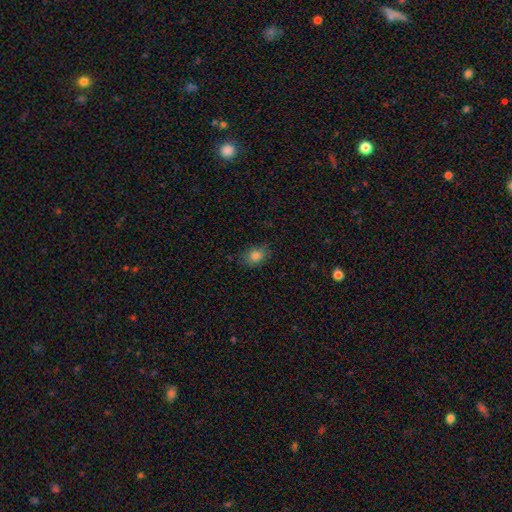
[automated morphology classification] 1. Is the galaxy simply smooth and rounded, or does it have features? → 82% smooth, 11% star or artifact, 7% featured or disk.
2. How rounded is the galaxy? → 68% in between, 31% round, 1% cigar-shaped.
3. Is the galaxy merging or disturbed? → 81% none, 15% minor disturbance, 3% major disturbance, 1% merger.